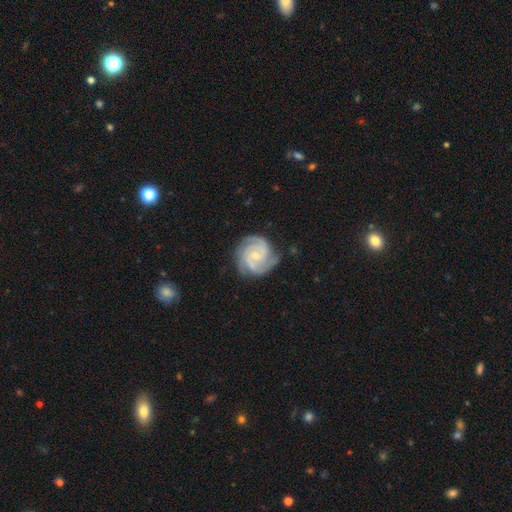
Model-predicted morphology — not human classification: featured or disk 89%, smooth 7%, star or artifact 4%. Down the decision tree: edge-on disk — no (98%); bar — no (56%); spiral arms — yes (98%); spiral arm count — 3 (43%); spiral winding — tight (61%); bulge size — small (69%); merging — none (76%).